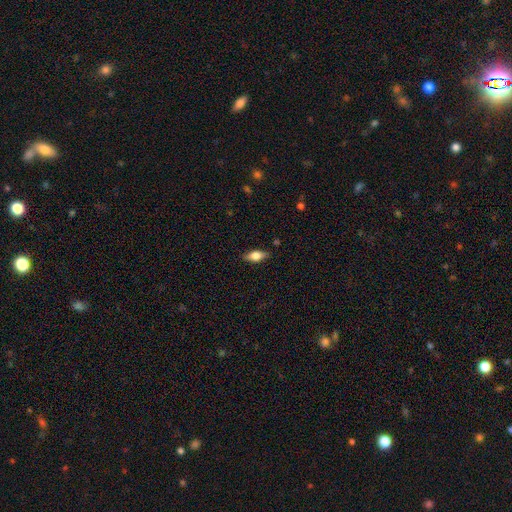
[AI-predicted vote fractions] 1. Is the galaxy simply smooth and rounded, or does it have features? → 64% smooth, 29% featured or disk, 7% star or artifact.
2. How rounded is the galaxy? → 77% in between, 19% cigar-shaped, 4% round.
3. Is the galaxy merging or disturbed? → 85% none, 11% minor disturbance, 2% major disturbance, 1% merger.